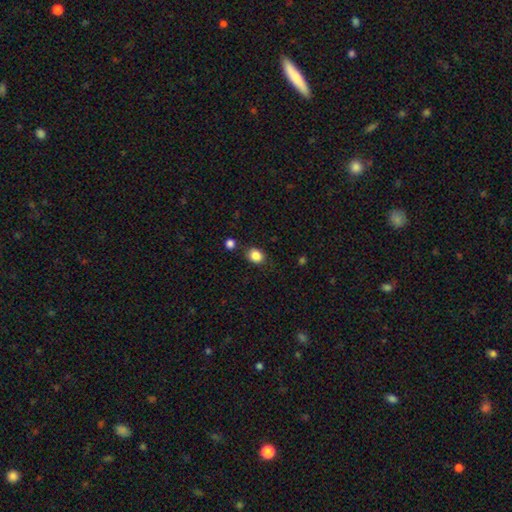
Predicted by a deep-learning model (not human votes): smooth-or-featured: smooth: 86% | star or artifact: 10% | featured or disk: 5%
  how-rounded: in between: 51% | round: 48% | cigar-shaped: 1%
  merging: none: 78% | minor disturbance: 13% | merger: 5% | major disturbance: 4%